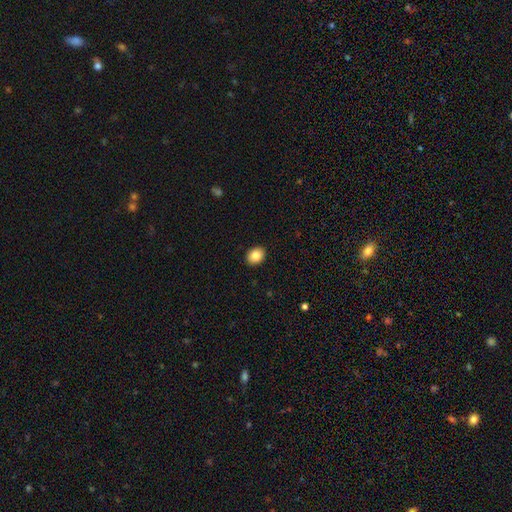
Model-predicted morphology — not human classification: A smooth galaxy with no disk features (86%) that is in between round and cigar-shaped (56%). Merging: none (91%).